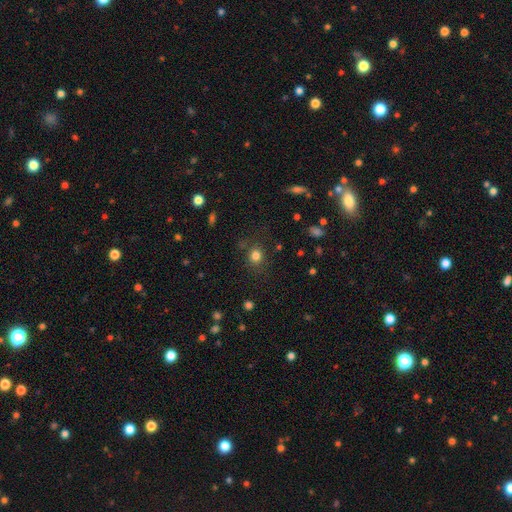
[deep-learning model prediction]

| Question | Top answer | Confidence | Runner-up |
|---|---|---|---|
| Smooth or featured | smooth | 79% | star or artifact (14%) |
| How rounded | round | 81% | in between (18%) |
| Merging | none | 80% | minor disturbance (12%) |